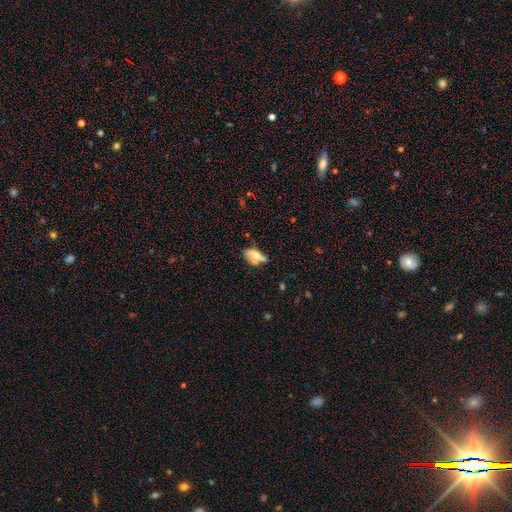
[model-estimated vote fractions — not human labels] smooth_or_featured: smooth (p=0.53) [alt: featured or disk p=0.36]
how_rounded: in between (p=0.74) [alt: cigar-shaped p=0.17]
merging: none (p=0.47) [alt: minor disturbance p=0.21]